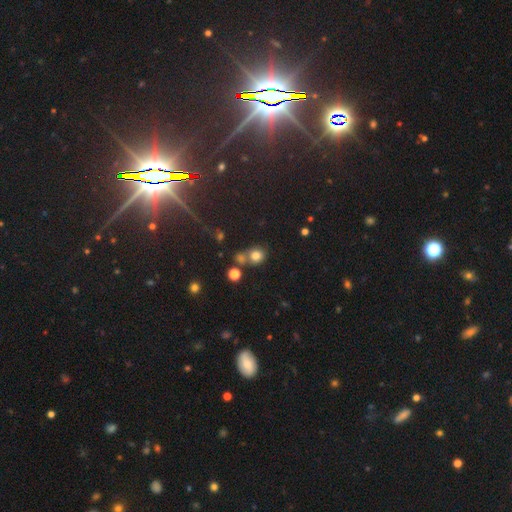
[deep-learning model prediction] Smooth or featured? Predicted: smooth (p=0.77). How rounded? Predicted: round (p=0.81). Merging? Predicted: none (p=0.55).